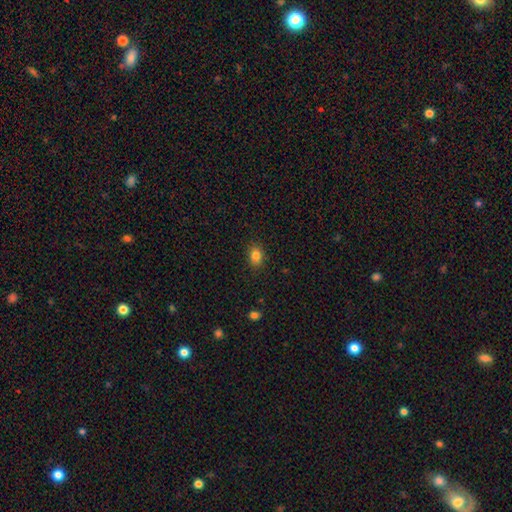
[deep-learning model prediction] Smooth or featured?
  - smooth: 84% *
  - star or artifact: 11%
  - featured or disk: 5%
How rounded?
  - in between: 71% *
  - round: 28%
  - cigar-shaped: 1%
Merging?
  - none: 88% *
  - minor disturbance: 9%
  - major disturbance: 2%
  - merger: 1%